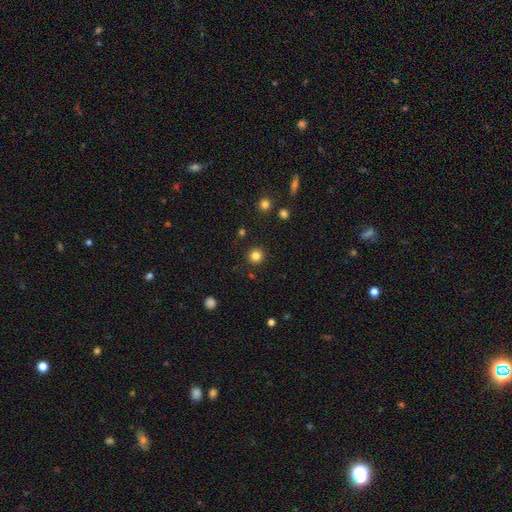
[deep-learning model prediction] Smooth or featured? smooth (83%)
How rounded? round (95%)
Merging? none (91%)